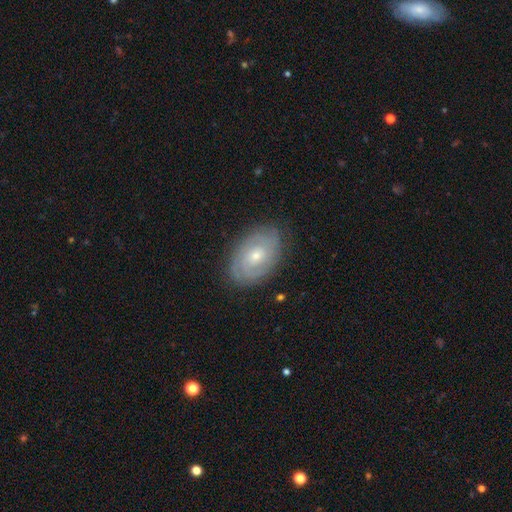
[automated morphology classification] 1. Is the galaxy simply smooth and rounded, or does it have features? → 77% featured or disk, 16% smooth, 6% star or artifact.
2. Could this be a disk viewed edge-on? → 96% no, 4% yes.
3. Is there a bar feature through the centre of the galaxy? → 70% no, 26% weak, 5% strong.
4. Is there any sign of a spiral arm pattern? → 91% yes, 9% no.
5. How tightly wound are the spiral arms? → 75% tight, 20% medium, 5% loose.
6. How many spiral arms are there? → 41% 2, 33% can't tell, 12% 3, 5% 4, 4% 1, 4% more than 4.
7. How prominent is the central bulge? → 60% small, 37% moderate, 1% large, 1% none, 1% dominant.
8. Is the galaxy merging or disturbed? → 82% none, 14% minor disturbance, 4% major disturbance, 1% merger.